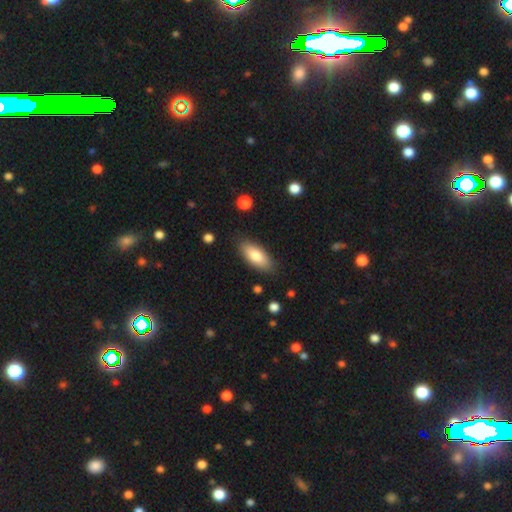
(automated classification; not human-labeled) Overall: smooth (78%). How rounded: in between (81%). Merging: none (85%).